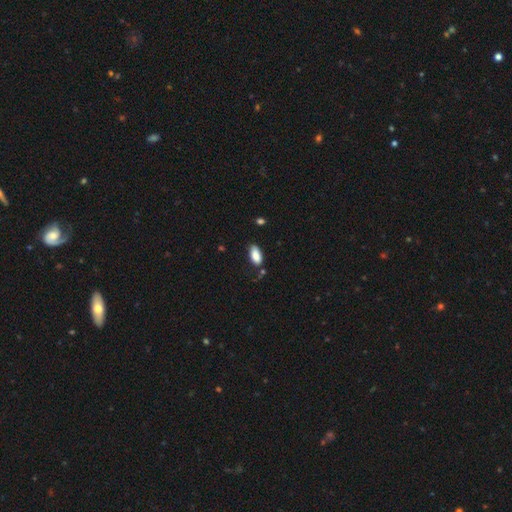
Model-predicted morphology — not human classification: This is clearly a smooth galaxy (86%). How rounded: clearly in between (91%). Merging: likely none (70%).